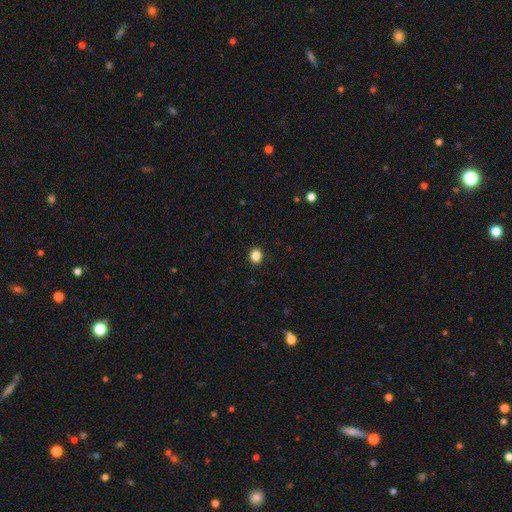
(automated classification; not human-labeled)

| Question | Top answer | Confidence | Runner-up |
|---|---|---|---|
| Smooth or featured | smooth | 86% | star or artifact (11%) |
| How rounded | round | 77% | in between (22%) |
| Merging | none | 92% | minor disturbance (5%) |